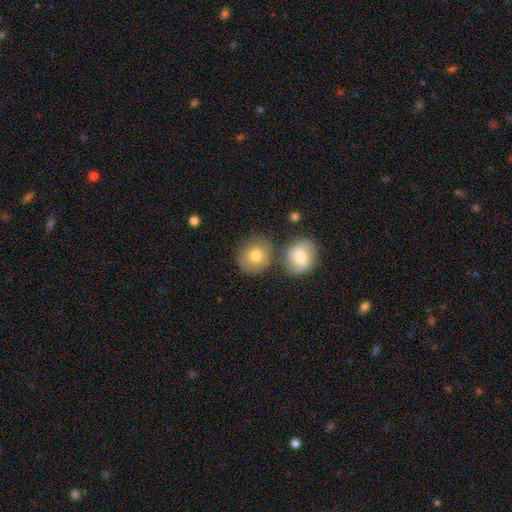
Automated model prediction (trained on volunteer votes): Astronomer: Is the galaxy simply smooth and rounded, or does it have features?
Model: smooth — 72%.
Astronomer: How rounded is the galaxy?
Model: round — 80%.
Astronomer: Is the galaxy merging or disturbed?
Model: none — 64%.